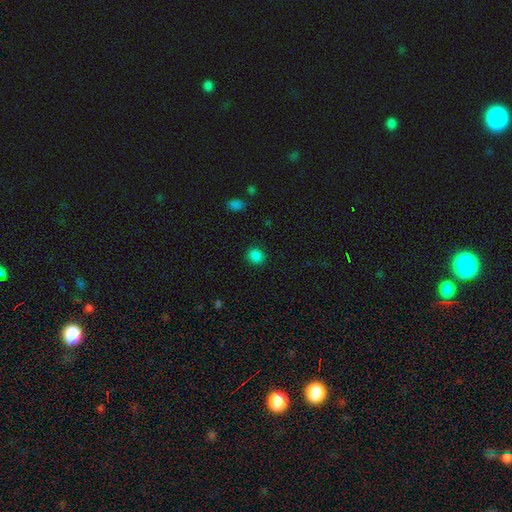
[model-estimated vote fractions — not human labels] Smooth or featured? Predicted: smooth (p=0.84). How rounded? Predicted: round (p=0.77). Merging? Predicted: none (p=0.89).